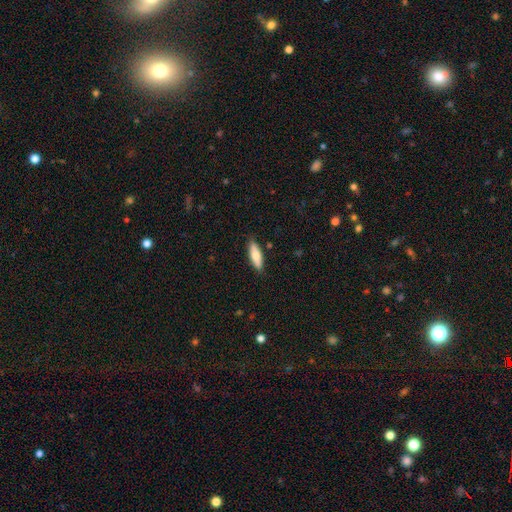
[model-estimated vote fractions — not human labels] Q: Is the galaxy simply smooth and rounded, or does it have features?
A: smooth — 74%.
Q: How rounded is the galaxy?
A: in between — 53%.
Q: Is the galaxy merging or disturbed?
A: none — 85%.